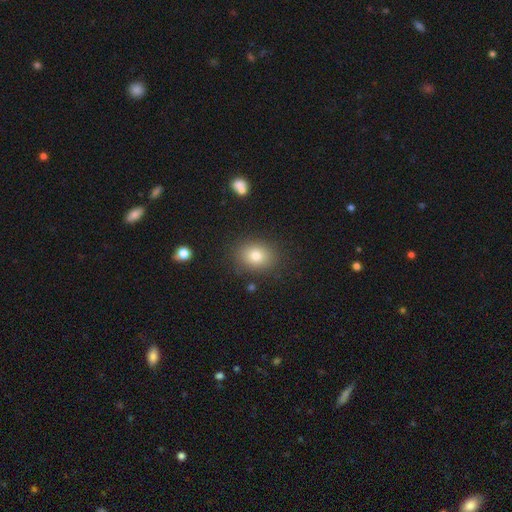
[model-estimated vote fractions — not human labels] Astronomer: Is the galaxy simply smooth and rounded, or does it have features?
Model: smooth — 79%.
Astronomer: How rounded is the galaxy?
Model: in between — 54% (runner-up: round, 45%).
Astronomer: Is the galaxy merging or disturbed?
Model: none — 85%.